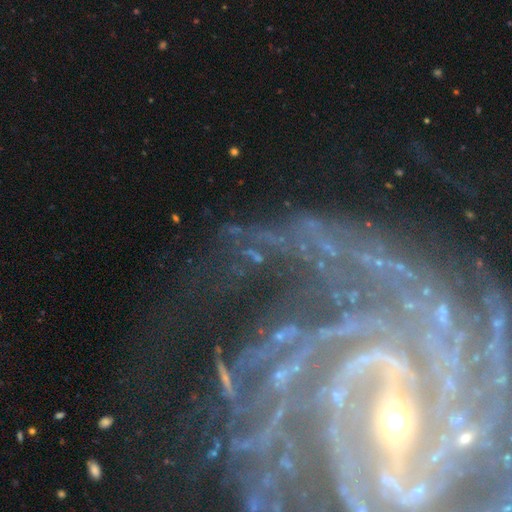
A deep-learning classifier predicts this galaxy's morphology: Q: Smooth or featured?
A: featured or disk (43%); runner-up: star or artifact (42%)
Q: Merging?
A: none (57%); runner-up: major disturbance (17%)